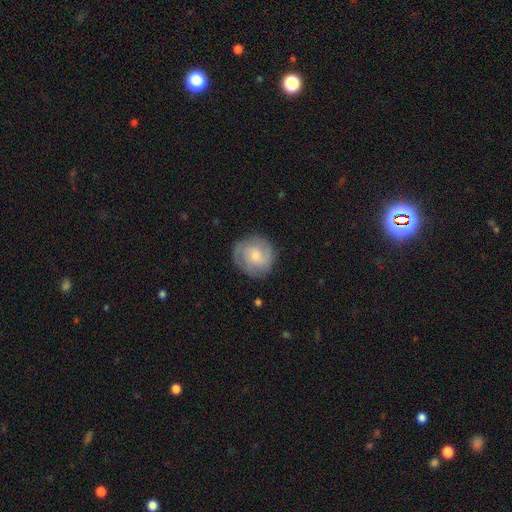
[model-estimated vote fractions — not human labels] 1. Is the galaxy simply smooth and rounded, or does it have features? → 62% featured or disk, 31% smooth, 6% star or artifact.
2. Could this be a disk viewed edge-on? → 98% no, 2% yes.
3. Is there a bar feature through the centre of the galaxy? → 65% no, 30% weak, 4% strong.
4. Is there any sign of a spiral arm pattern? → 90% yes, 10% no.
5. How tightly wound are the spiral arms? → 50% tight, 38% medium, 11% loose.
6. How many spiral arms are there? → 42% 2, 25% can't tell, 21% 3, 5% 1, 4% 4, 4% more than 4.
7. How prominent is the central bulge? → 46% moderate (tied), 46% small (tied), 4% large, 3% none, 1% dominant.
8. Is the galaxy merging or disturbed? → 81% none, 14% minor disturbance, 4% major disturbance, 1% merger.